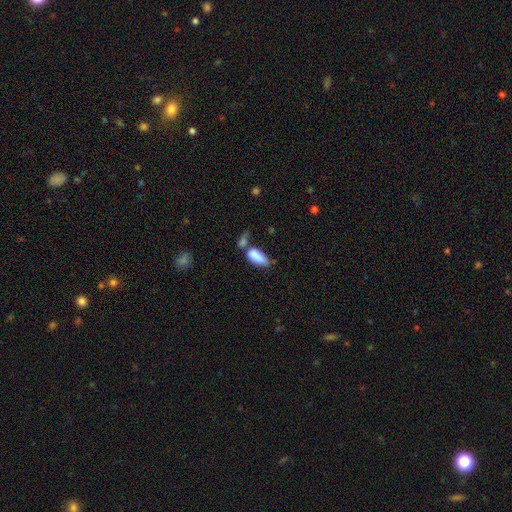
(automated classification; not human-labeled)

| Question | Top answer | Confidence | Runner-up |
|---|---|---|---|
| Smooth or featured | smooth | 79% | featured or disk (13%) |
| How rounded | in between | 79% | cigar-shaped (18%) |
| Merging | merger | 39% | none (27%) |